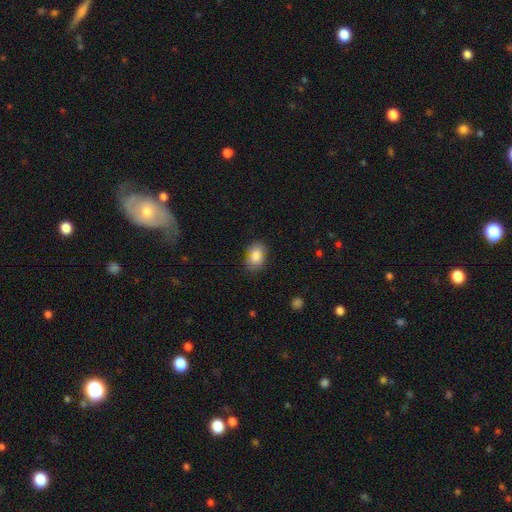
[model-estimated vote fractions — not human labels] smooth 85%, star or artifact 8%, featured or disk 8%. Down the decision tree: how rounded — in between (83%); merging — none (75%).